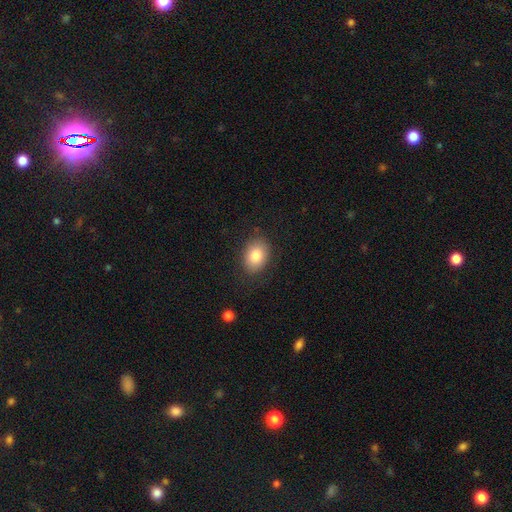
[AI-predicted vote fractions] smooth_or_featured: smooth (p=0.83) [alt: featured or disk p=0.09]
how_rounded: in between (p=0.76) [alt: round p=0.23]
merging: none (p=0.84) [alt: minor disturbance p=0.12]